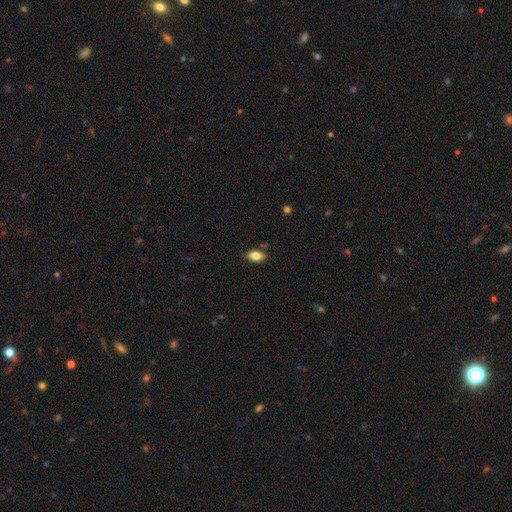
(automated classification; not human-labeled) Morphology: type=smooth (80%); roundness=in between (88%); merging=none (81%).